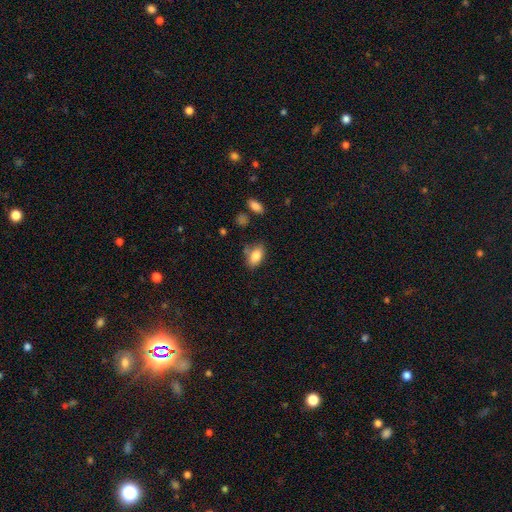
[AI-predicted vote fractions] This is clearly a smooth galaxy (83%). How rounded: clearly in between (90%). Merging: likely none (69%).